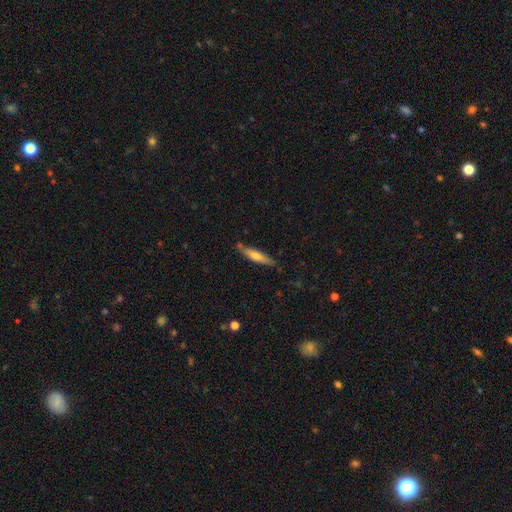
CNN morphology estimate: Overall: smooth (55%; featured or disk 38%). How rounded: cigar-shaped (82%). Merging: none (81%).